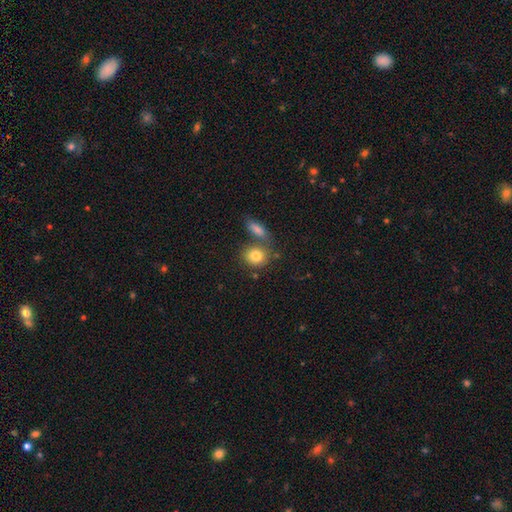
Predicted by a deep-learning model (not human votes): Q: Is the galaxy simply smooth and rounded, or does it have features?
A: smooth — 81%.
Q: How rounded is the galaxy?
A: round — 68%.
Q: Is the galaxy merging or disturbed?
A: none — 59%.